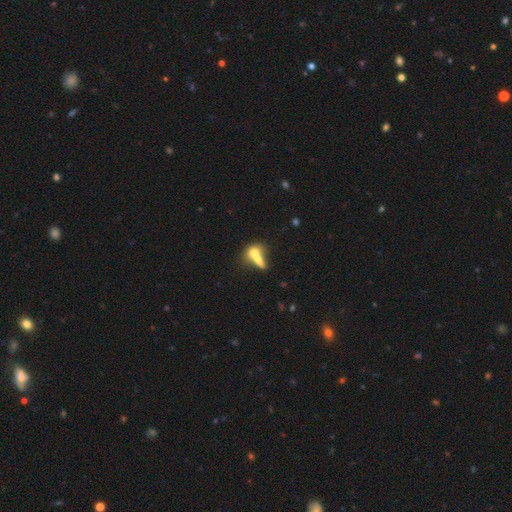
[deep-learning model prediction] Morphology: type=smooth (68%); roundness=in between (50%); merging=merger (64%).